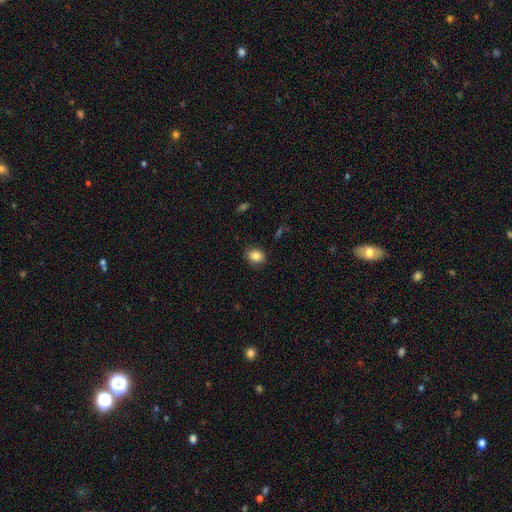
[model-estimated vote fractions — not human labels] Morphology: type=smooth (85%); roundness=in between (50%); merging=none (84%).